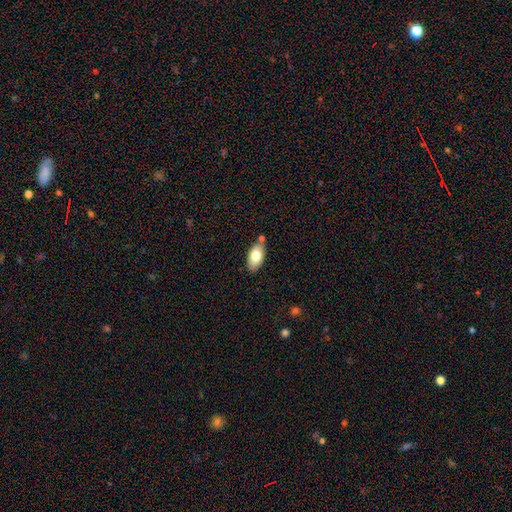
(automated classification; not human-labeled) smooth 76%, featured or disk 17%, star or artifact 7%. Down the decision tree: how rounded — in between (92%); merging — none (76%).